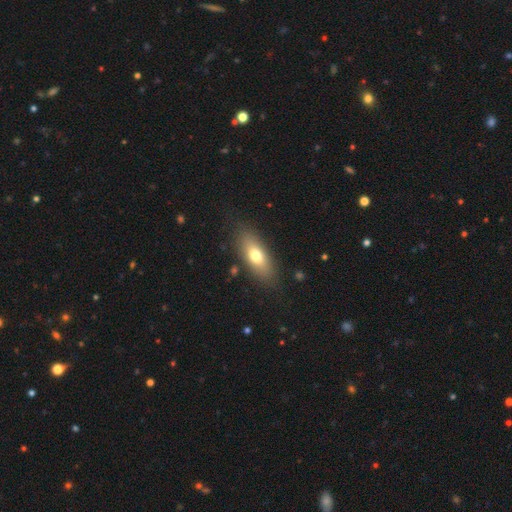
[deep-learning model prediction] This appears to be a smooth galaxy with no disk features (70%) that is in between round and cigar-shaped (77%). Merging: none (83%).